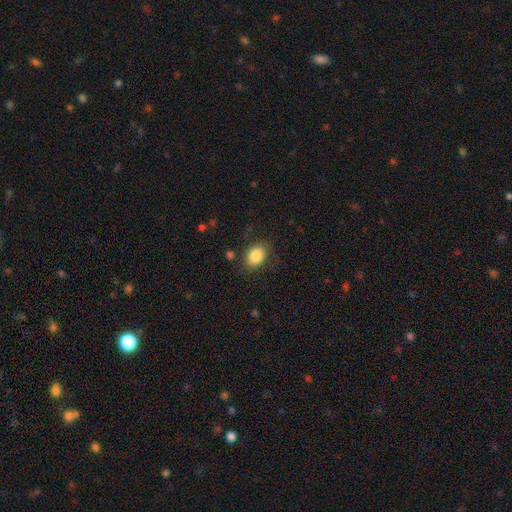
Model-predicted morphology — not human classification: Smooth or featured?
  - smooth: 84% *
  - star or artifact: 8%
  - featured or disk: 7%
How rounded?
  - in between: 72% *
  - round: 27%
  - cigar-shaped: 1%
Merging?
  - none: 76% *
  - minor disturbance: 16%
  - major disturbance: 6%
  - merger: 2%